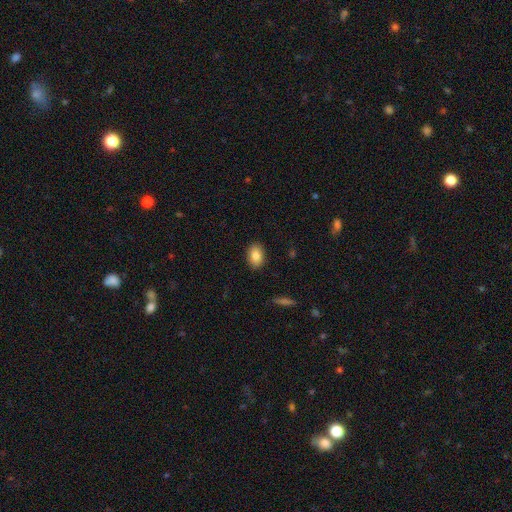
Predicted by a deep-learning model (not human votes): Smooth or featured?
  - smooth: 85% *
  - featured or disk: 8%
  - star or artifact: 7%
How rounded?
  - in between: 86% *
  - round: 12%
  - cigar-shaped: 1%
Merging?
  - none: 89% *
  - minor disturbance: 8%
  - major disturbance: 2%
  - merger: 1%